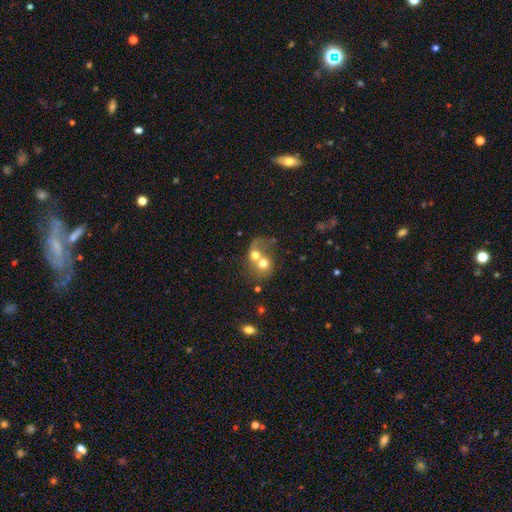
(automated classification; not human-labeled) Overall: smooth (58%; featured or disk 31%). How rounded: round (66%; in between 33%). Merging: merger (74%).